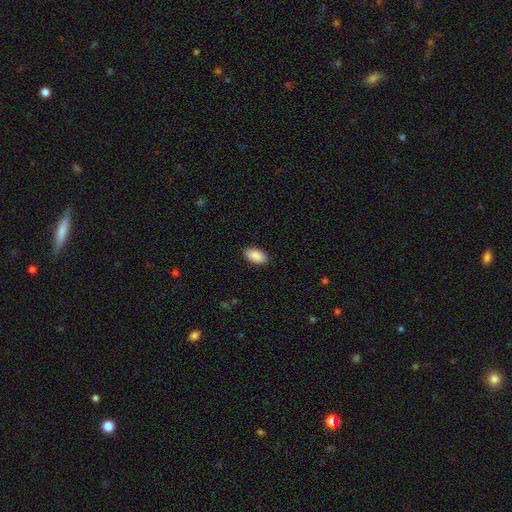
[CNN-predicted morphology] Smooth or featured? smooth (91%)
How rounded? in between (95%)
Merging? none (89%)